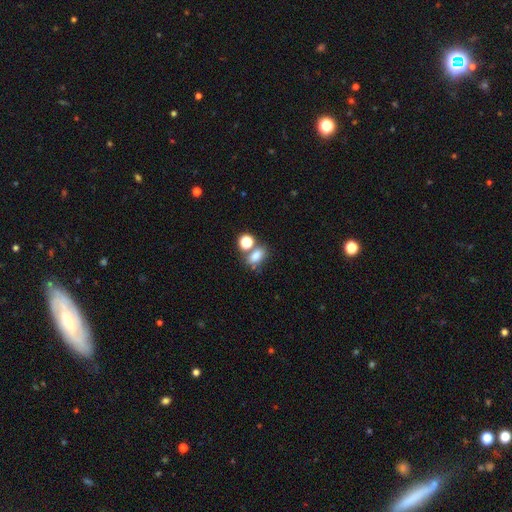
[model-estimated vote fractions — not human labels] A smooth galaxy with no disk features (77%) that is in between round and cigar-shaped (76%). Merging: none (49%).